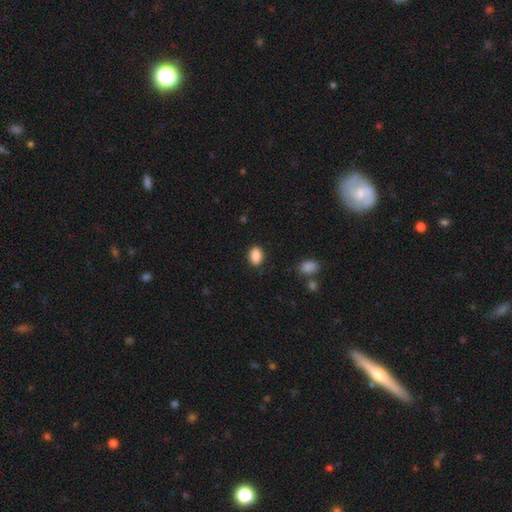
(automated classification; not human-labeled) A smooth galaxy with no disk features (89%) that is in between round and cigar-shaped (76%).

Vote fractions:
- Smooth or featured? smooth: 89% / star or artifact: 8% / featured or disk: 3%
- How rounded? in between: 76% / round: 23% / cigar-shaped: 1%
- Merging? none: 86% / minor disturbance: 9% / major disturbance: 3% / merger: 1%